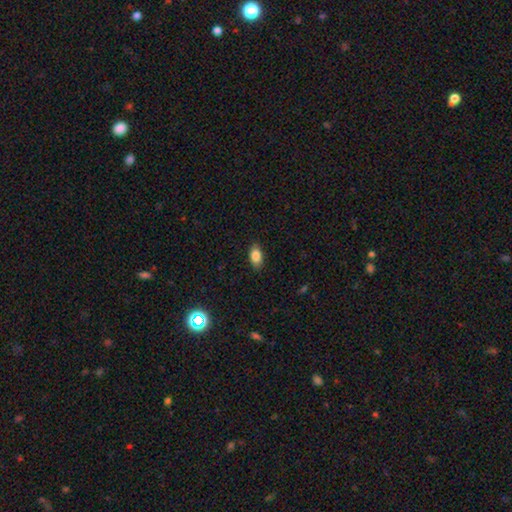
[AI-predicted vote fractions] Morphology: type=smooth (85%); roundness=in between (91%); merging=none (87%).